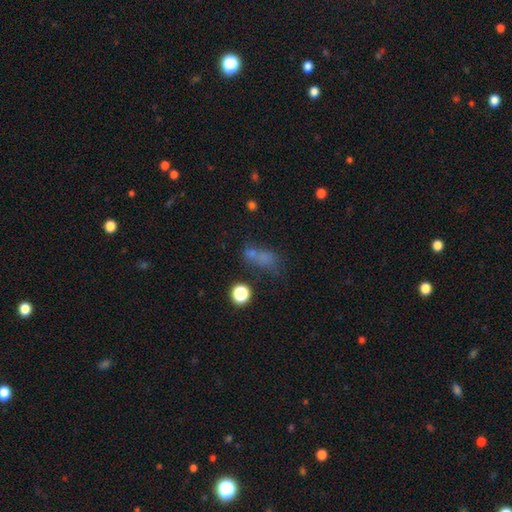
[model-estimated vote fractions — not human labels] The model was most divided on "merging": none: 44%, merger: 25%, minor disturbance: 16%, major disturbance: 15%. More confident: how rounded — in between (60%); smooth or featured — smooth (54%).